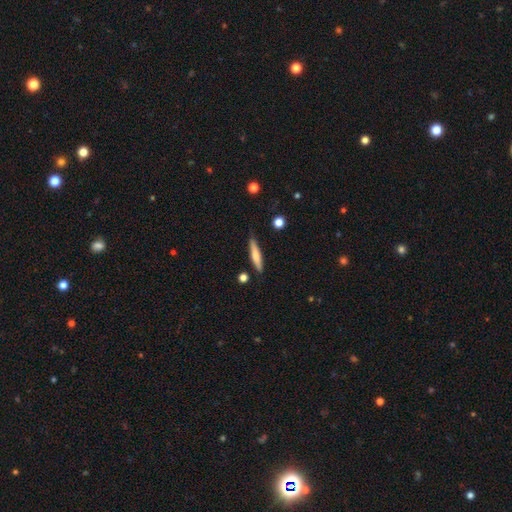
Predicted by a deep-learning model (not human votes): Overall: smooth (62%; featured or disk 32%). How rounded: cigar-shaped (88%). Merging: none (83%).